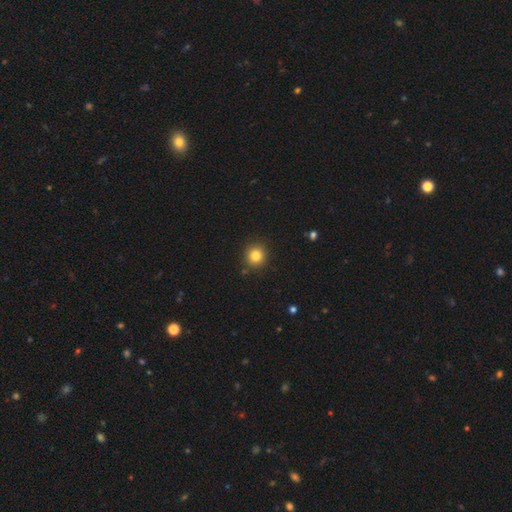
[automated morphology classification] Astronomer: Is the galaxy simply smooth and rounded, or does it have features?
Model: smooth — 82%.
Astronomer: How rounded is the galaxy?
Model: round — 92%.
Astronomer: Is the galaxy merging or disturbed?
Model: none — 90%.